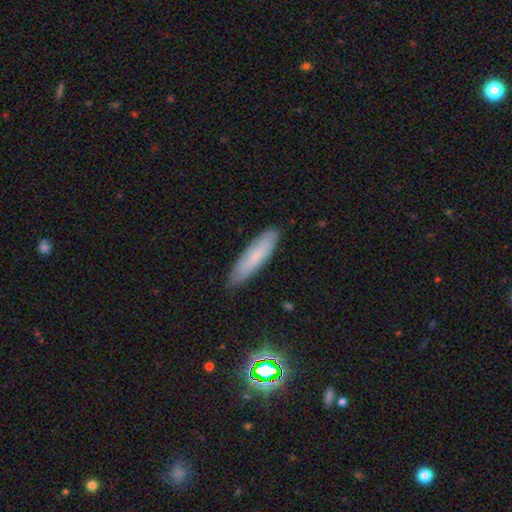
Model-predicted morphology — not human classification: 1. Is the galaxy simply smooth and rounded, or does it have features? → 69% smooth, 22% featured or disk, 9% star or artifact.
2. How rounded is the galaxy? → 72% cigar-shaped, 26% in between, 1% round.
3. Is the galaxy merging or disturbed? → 83% none, 13% minor disturbance, 2% major disturbance, 1% merger.